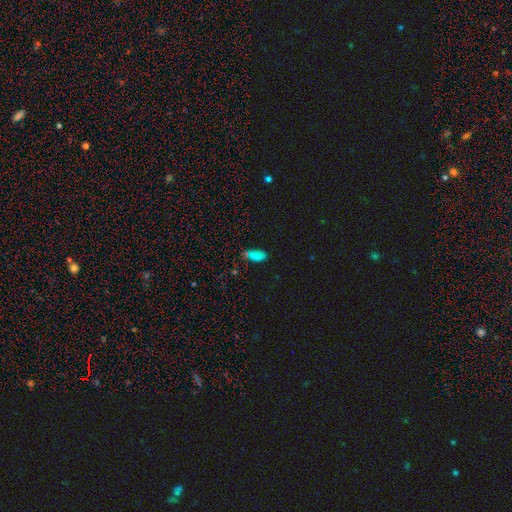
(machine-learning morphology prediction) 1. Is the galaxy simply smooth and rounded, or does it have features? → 75% smooth, 18% star or artifact, 7% featured or disk.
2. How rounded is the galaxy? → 88% in between, 9% cigar-shaped, 3% round.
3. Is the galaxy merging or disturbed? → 58% none, 26% minor disturbance, 8% merger, 8% major disturbance.